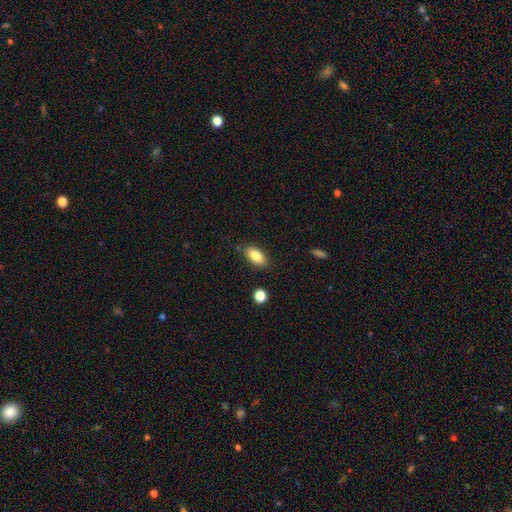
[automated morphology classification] smooth_or_featured: smooth (p=0.84) [alt: featured or disk p=0.08]
how_rounded: in between (p=0.89) [alt: cigar-shaped p=0.08]
merging: none (p=0.84) [alt: minor disturbance p=0.11]